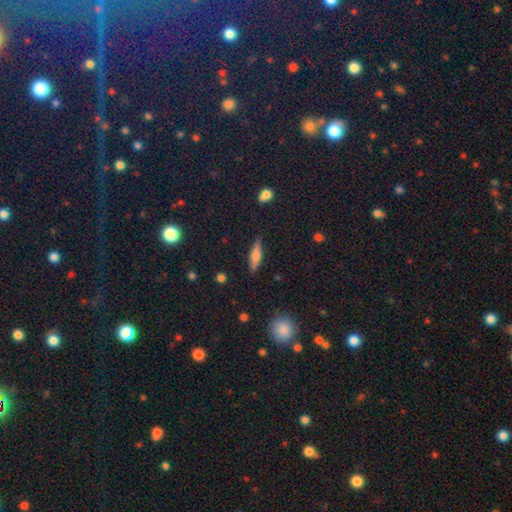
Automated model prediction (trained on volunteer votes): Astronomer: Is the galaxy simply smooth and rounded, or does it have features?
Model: smooth — 53% (runner-up: featured or disk, 38%).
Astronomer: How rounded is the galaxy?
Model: cigar-shaped — 72%.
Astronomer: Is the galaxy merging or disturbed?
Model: none — 87%.